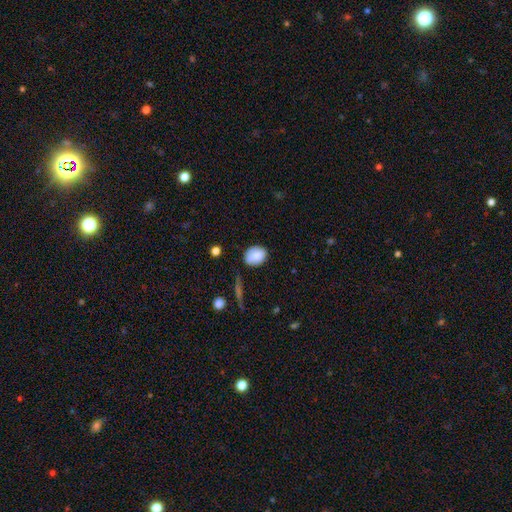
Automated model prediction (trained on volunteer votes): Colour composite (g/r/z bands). It shows a smooth galaxy with no disk features (81%) that is in between round and cigar-shaped (61%). Merging: none (70%).